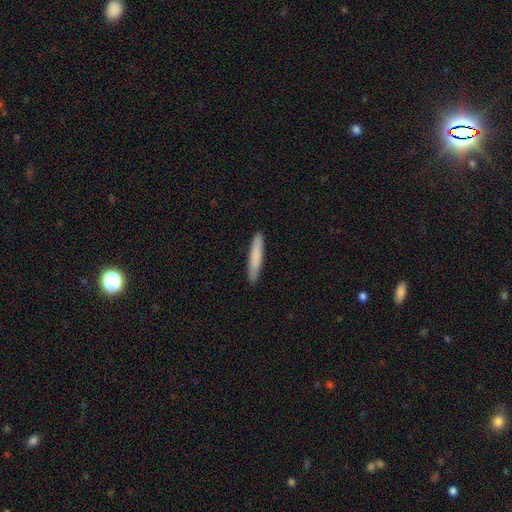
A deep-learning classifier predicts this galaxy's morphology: smooth_or_featured: smooth (p=0.79) [alt: featured or disk p=0.15]
how_rounded: cigar-shaped (p=0.94) [alt: in between p=0.05]
merging: none (p=0.90) [alt: minor disturbance p=0.08]